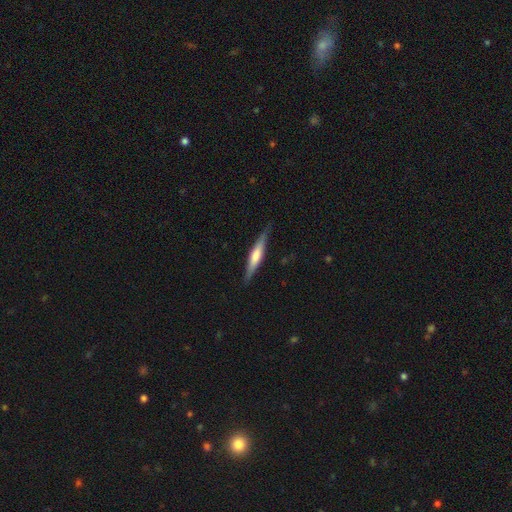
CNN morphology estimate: This appears to be a featured or disk galaxy (48%). Merging: none (83%).